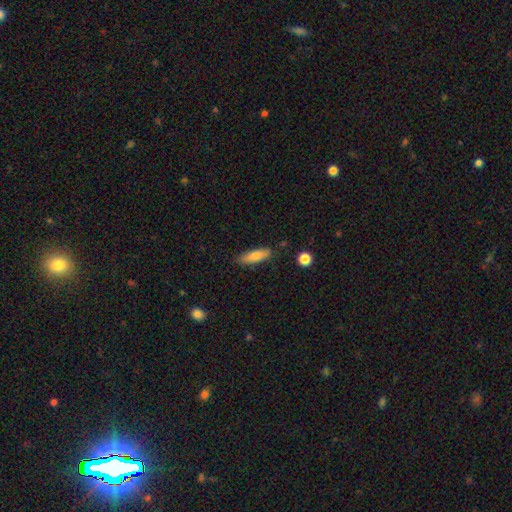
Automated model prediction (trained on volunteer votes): A smooth galaxy with no disk features (78%) that is cigar-shaped (55%).

Vote fractions:
- Smooth or featured? smooth: 78% / featured or disk: 16% / star or artifact: 7%
- How rounded? cigar-shaped: 55% / in between: 43% / round: 2%
- Merging? none: 82% / minor disturbance: 13% / major disturbance: 2% / merger: 2%